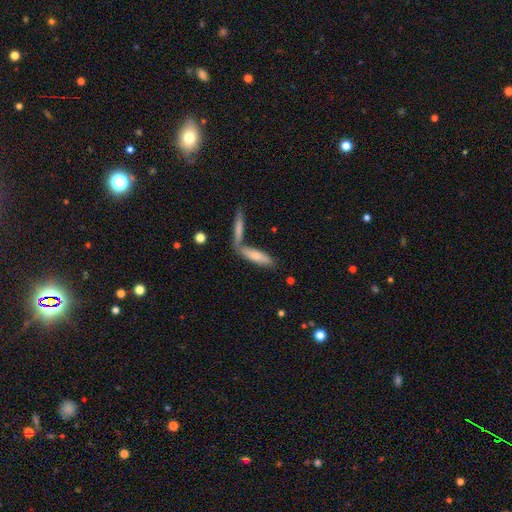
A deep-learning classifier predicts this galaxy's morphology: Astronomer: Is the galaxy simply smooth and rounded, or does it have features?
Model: smooth — 71%.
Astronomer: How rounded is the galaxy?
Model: cigar-shaped — 61% (runner-up: in between, 37%).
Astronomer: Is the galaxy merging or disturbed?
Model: none — 45% (runner-up: merger, 39%).